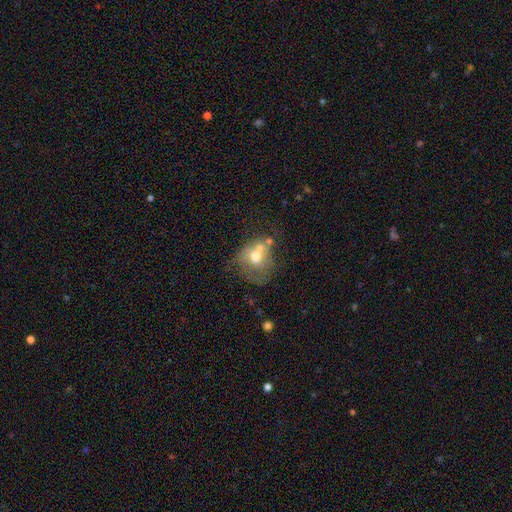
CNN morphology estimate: smooth 56%, featured or disk 34%, star or artifact 11%. Down the decision tree: how rounded — round (58%); merging — merger (38%).